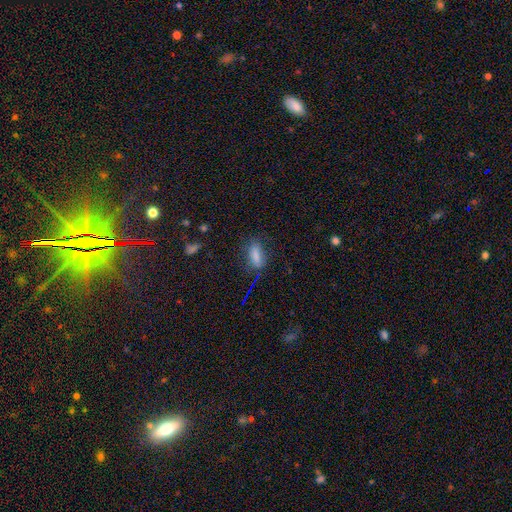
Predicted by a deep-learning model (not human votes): Morphology: type=smooth (79%); roundness=in between (76%); merging=none (72%).